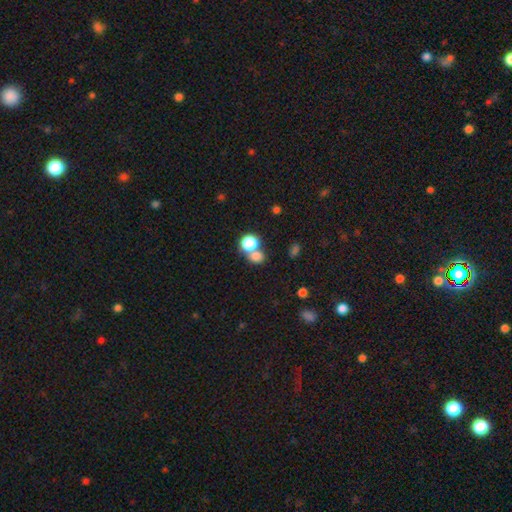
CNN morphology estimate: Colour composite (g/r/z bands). It shows a smooth galaxy with no disk features (77%) that is round (70%). Merging: merger (47%).